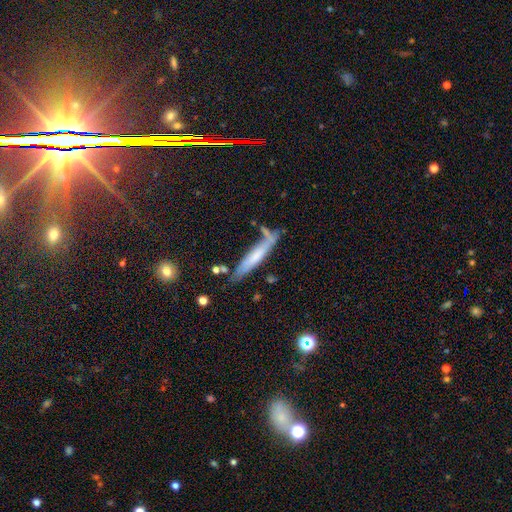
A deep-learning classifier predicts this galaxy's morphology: smooth_or_featured: smooth (p=0.51) [alt: featured or disk p=0.41]
how_rounded: cigar-shaped (p=0.90) [alt: in between p=0.09]
merging: none (p=0.64) [alt: minor disturbance p=0.22]